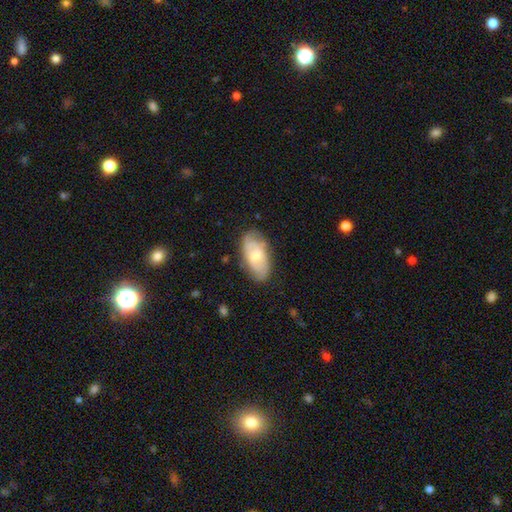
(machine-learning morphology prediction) Smooth or featured?
  - featured or disk: 48% *
  - smooth: 46%
  - star or artifact: 6%
Merging?
  - none: 73% *
  - minor disturbance: 21%
  - major disturbance: 5%
  - merger: 2%